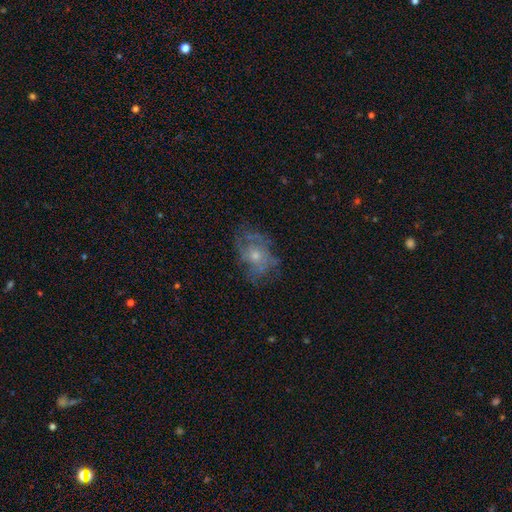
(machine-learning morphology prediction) smooth_or_featured: featured or disk (p=0.60) [alt: smooth p=0.27]
disk_edge_on: no (p=0.96) [alt: yes p=0.04]
bar: no (p=0.85) [alt: weak p=0.13]
has_spiral_arms: yes (p=0.58) [alt: no p=0.42]
bulge_size: small (p=0.49) [alt: moderate p=0.45]
merging: none (p=0.61) [alt: minor disturbance p=0.22]